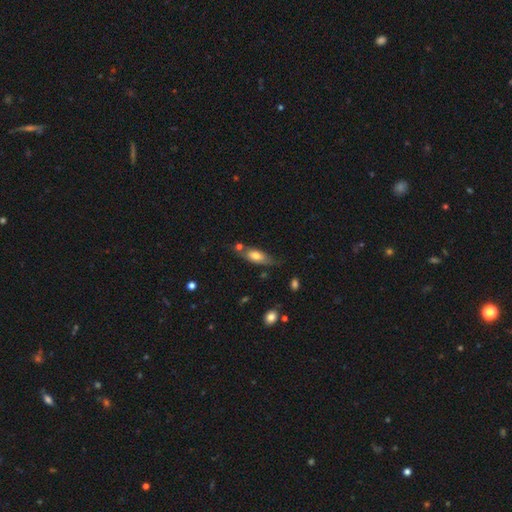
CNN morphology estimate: smooth-or-featured: smooth: 68% | featured or disk: 25% | star or artifact: 7%
  how-rounded: in between: 74% | cigar-shaped: 23% | round: 3%
  merging: none: 57% | minor disturbance: 24% | merger: 13% | major disturbance: 7%